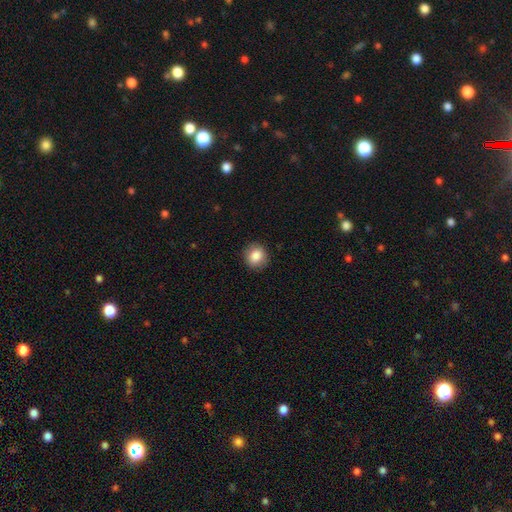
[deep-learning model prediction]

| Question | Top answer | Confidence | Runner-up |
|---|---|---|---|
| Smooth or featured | smooth | 85% | star or artifact (9%) |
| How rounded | round | 86% | in between (13%) |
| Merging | none | 89% | minor disturbance (8%) |